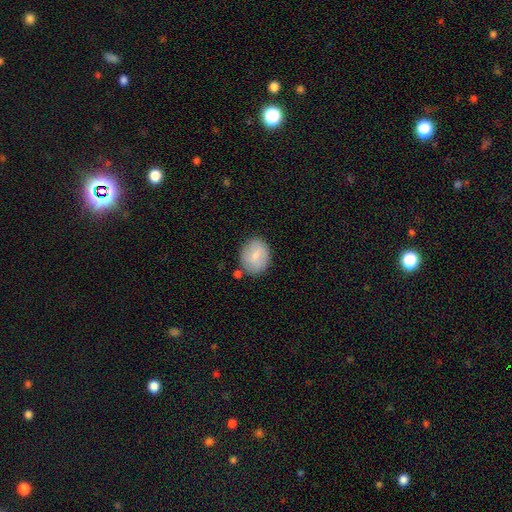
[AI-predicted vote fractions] smooth-or-featured: smooth: 77% | featured or disk: 16% | star or artifact: 7%
  how-rounded: round: 62% | in between: 37% | cigar-shaped: 1%
  merging: none: 75% | minor disturbance: 15% | merger: 7% | major disturbance: 4%